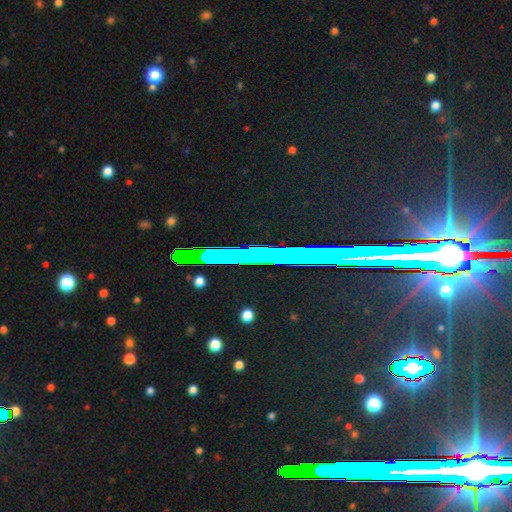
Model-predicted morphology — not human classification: Smooth or featured? Predicted: star or artifact (p=0.66).